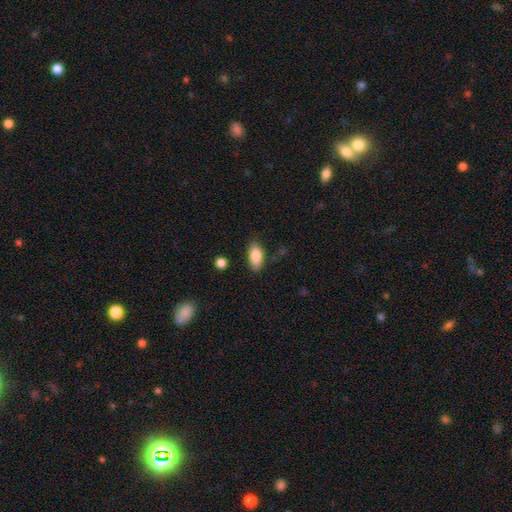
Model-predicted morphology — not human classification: Smooth or featured?
  - smooth: 86% *
  - star or artifact: 7%
  - featured or disk: 7%
How rounded?
  - in between: 90% *
  - cigar-shaped: 6%
  - round: 4%
Merging?
  - none: 79% *
  - minor disturbance: 15%
  - major disturbance: 4%
  - merger: 2%